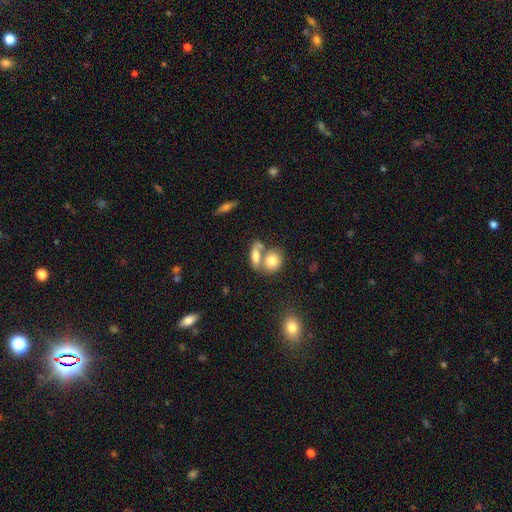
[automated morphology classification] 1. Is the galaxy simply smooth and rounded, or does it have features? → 73% smooth, 18% featured or disk, 9% star or artifact.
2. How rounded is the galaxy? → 68% in between, 20% round, 12% cigar-shaped.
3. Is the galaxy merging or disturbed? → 46% merger, 38% none, 10% minor disturbance, 6% major disturbance.